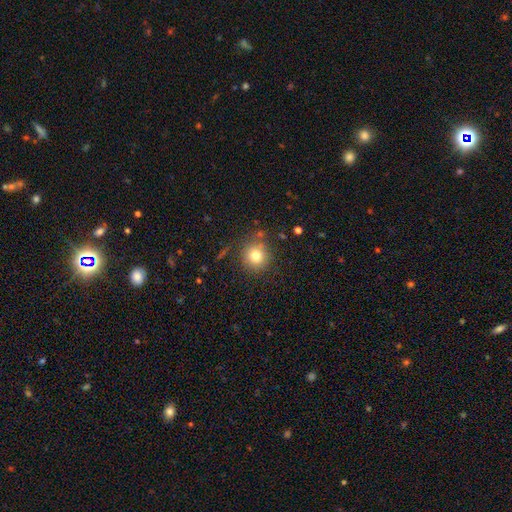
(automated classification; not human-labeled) Morphology: type=smooth (78%); roundness=round (92%); merging=none (82%).